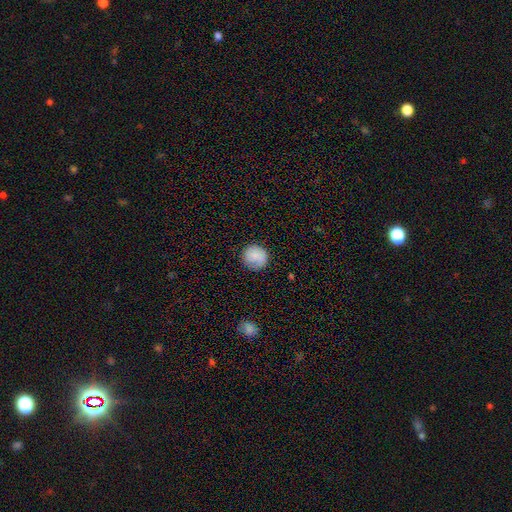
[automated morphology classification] Smooth or featured? Predicted: smooth (p=0.83). How rounded? Predicted: round (p=0.93). Merging? Predicted: none (p=0.84).